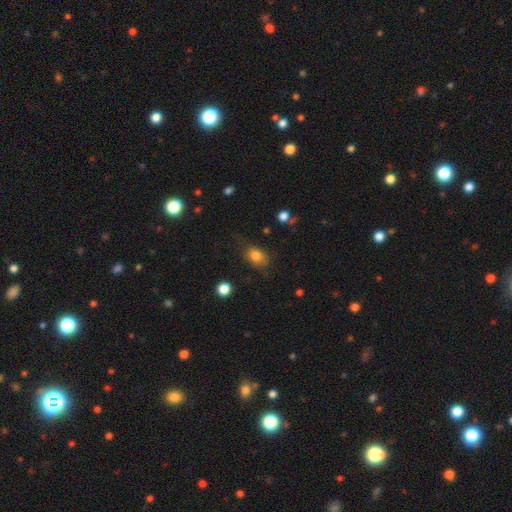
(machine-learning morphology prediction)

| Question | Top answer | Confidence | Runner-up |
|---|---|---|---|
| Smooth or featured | smooth | 79% | star or artifact (11%) |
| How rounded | in between | 72% | round (27%) |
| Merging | none | 69% | minor disturbance (22%) |